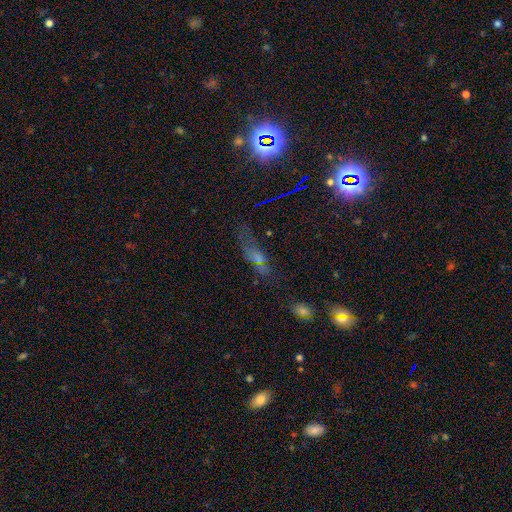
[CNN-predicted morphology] Q: Smooth or featured?
A: star or artifact (40%); runner-up: smooth (35%)